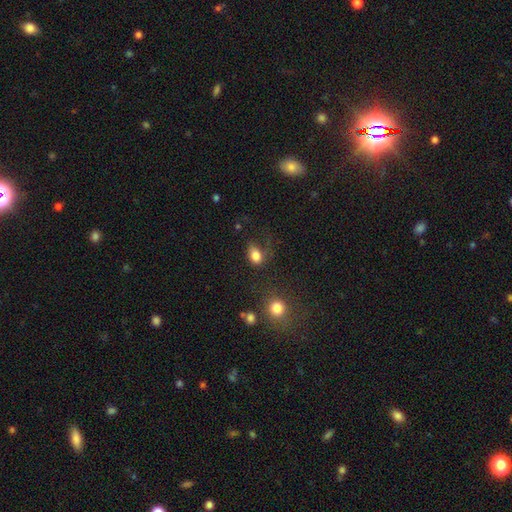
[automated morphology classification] This is clearly a smooth galaxy (82%). How rounded: likely in between (72%). Merging: possibly none (48%).